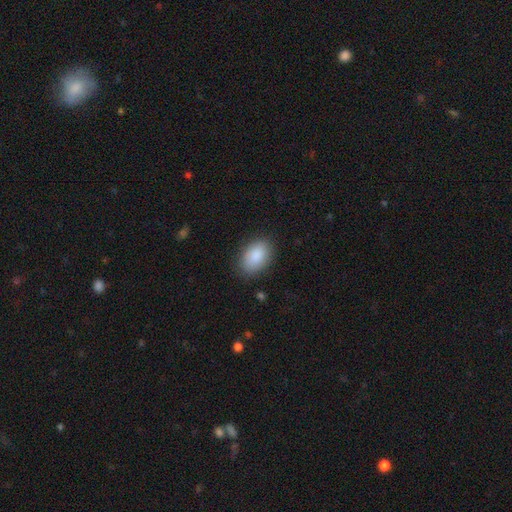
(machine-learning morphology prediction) This appears to be a smooth galaxy with no disk features (88%) that is in between round and cigar-shaped (91%). Merging: none (85%).